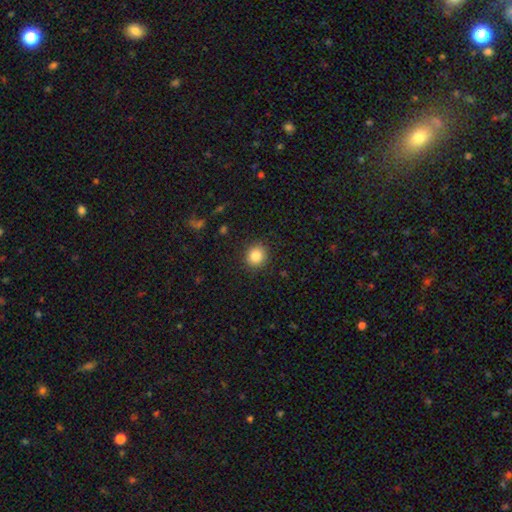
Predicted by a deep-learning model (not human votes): A smooth galaxy with no disk features (85%) that is round (85%). Merging: none (89%).